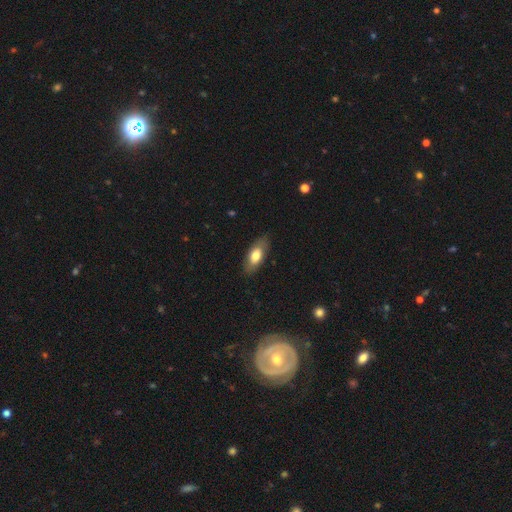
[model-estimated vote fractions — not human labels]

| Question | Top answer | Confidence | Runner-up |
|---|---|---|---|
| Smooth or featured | smooth | 71% | featured or disk (23%) |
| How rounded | in between | 83% | cigar-shaped (14%) |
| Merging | none | 83% | minor disturbance (13%) |